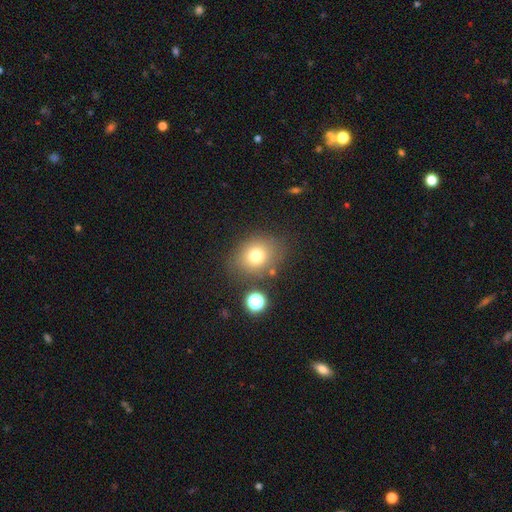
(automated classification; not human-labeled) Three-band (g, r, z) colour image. It shows a smooth galaxy with no disk features (75%) that is round (62%). Merging: none (76%).